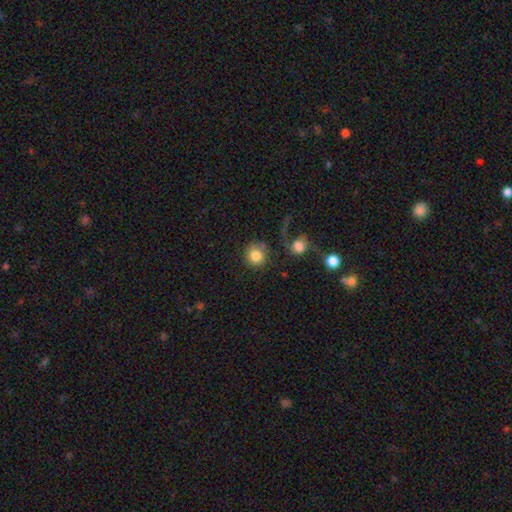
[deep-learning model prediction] This appears to be a smooth galaxy with no disk features (81%) that is round (90%). Merging: none (58%).